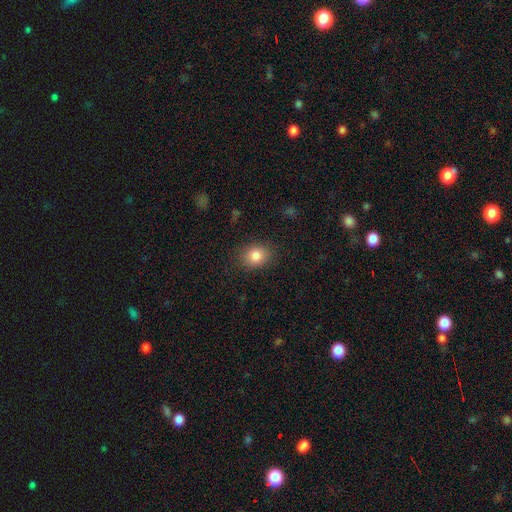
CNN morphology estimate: Q: Smooth or featured?
A: smooth (83%); runner-up: star or artifact (10%)
Q: How rounded?
A: round (52%); runner-up: in between (47%)
Q: Merging?
A: none (86%); runner-up: minor disturbance (10%)